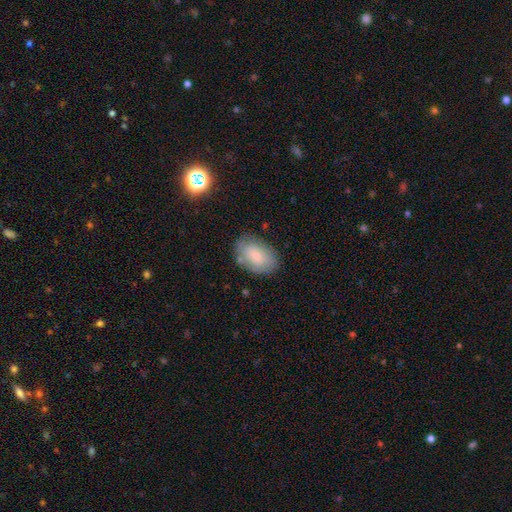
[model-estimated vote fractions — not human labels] Smooth or featured? Predicted: smooth (p=0.76). How rounded? Predicted: in between (p=0.89). Merging? Predicted: none (p=0.77).